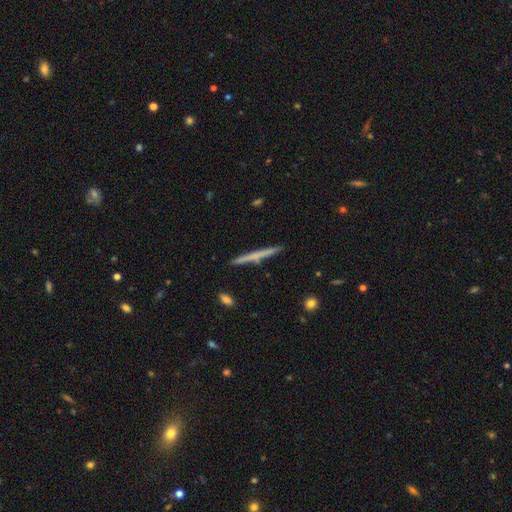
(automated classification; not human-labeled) A smooth galaxy with no disk features (49%). Merging: none (90%).